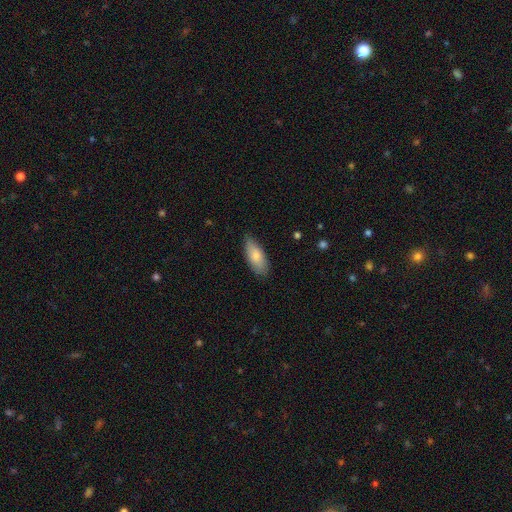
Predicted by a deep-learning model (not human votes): Smooth or featured? Predicted: smooth (p=0.80). How rounded? Predicted: in between (p=0.82). Merging? Predicted: none (p=0.80).